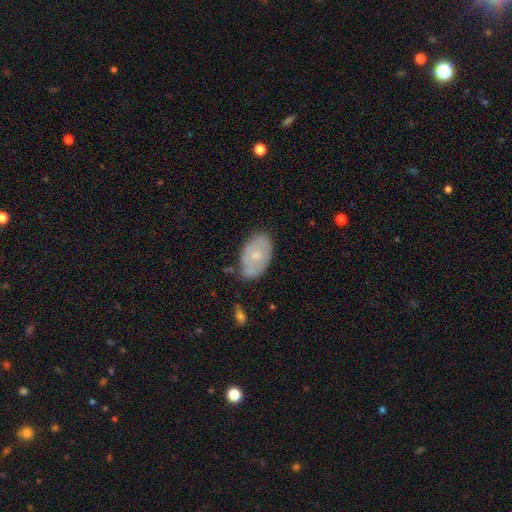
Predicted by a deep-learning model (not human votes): Overall: smooth (55%; featured or disk 39%). How rounded: in between (91%). Merging: none (66%).